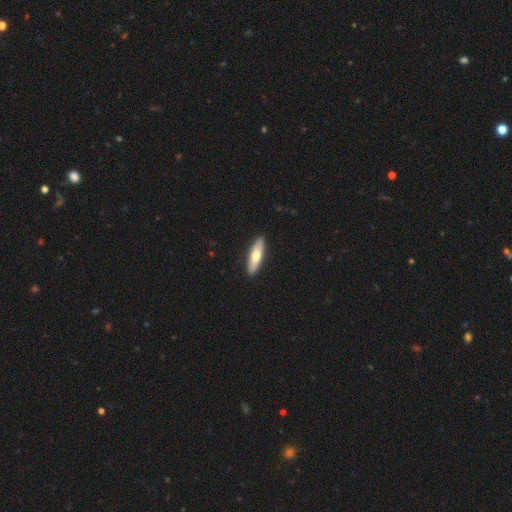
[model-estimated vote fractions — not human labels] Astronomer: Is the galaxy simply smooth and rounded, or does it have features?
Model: smooth — 63%.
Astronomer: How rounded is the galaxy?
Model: cigar-shaped — 59% (runner-up: in between, 39%).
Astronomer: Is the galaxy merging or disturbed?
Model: none — 91%.